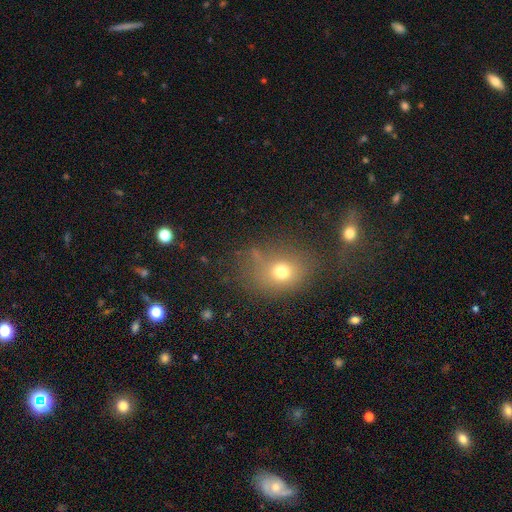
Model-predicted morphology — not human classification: smooth_or_featured: smooth (p=0.64) [alt: star or artifact p=0.23]
how_rounded: round (p=0.52) [alt: in between p=0.47]
merging: none (p=0.59) [alt: minor disturbance p=0.20]